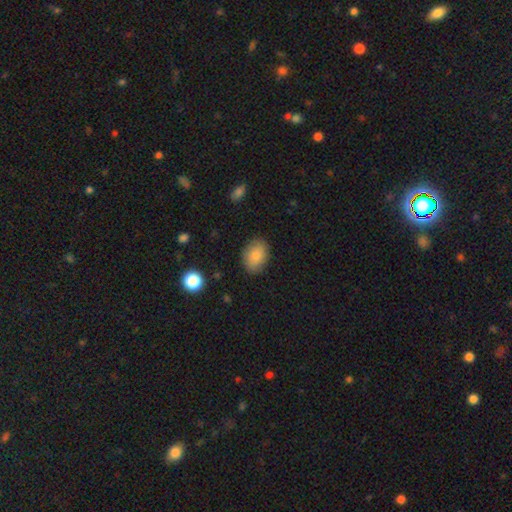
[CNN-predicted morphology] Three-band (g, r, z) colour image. It shows a smooth galaxy with no disk features (84%) that is in between round and cigar-shaped (74%). Merging: none (84%).